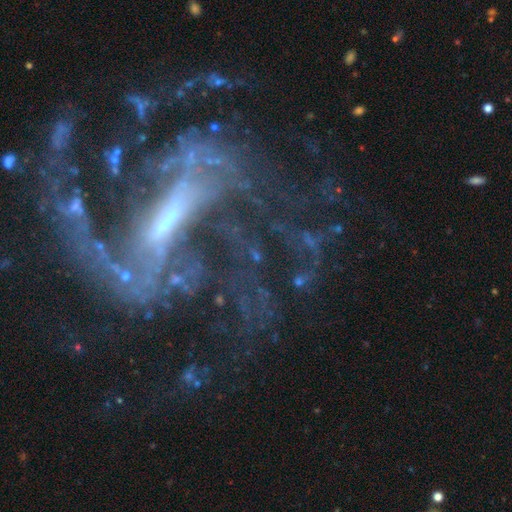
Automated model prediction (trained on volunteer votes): smooth-or-featured: featured or disk: 45% | star or artifact: 41% | smooth: 14%
  merging: none: 54% | major disturbance: 21% | minor disturbance: 16% | merger: 9%